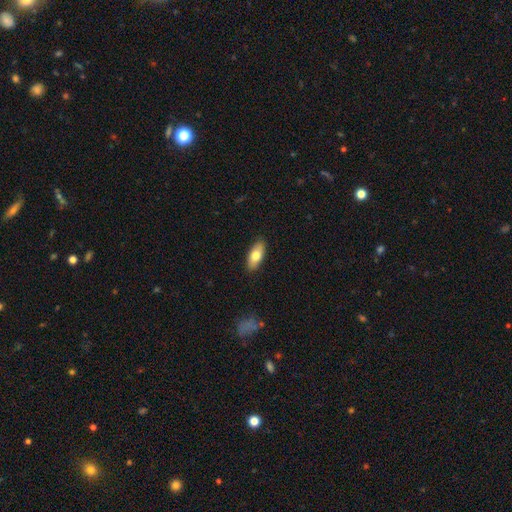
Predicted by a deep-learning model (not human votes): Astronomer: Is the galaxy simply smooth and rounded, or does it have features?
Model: smooth — 73%.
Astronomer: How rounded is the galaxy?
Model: in between — 82%.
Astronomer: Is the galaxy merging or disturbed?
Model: none — 88%.